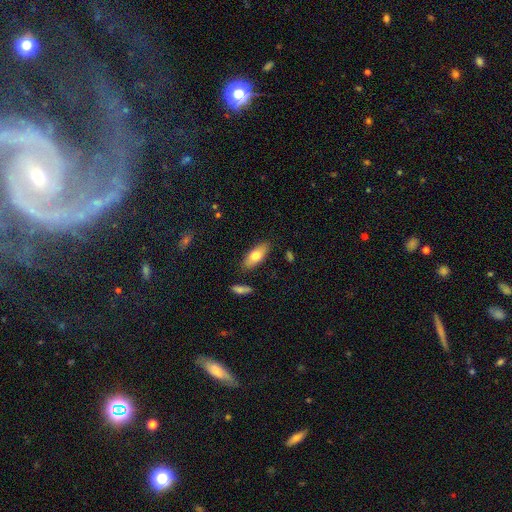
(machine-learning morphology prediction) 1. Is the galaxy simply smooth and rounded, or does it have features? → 72% smooth, 22% featured or disk, 6% star or artifact.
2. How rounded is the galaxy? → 77% in between, 20% cigar-shaped, 3% round.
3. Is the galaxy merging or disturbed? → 84% none, 11% minor disturbance, 3% merger, 2% major disturbance.